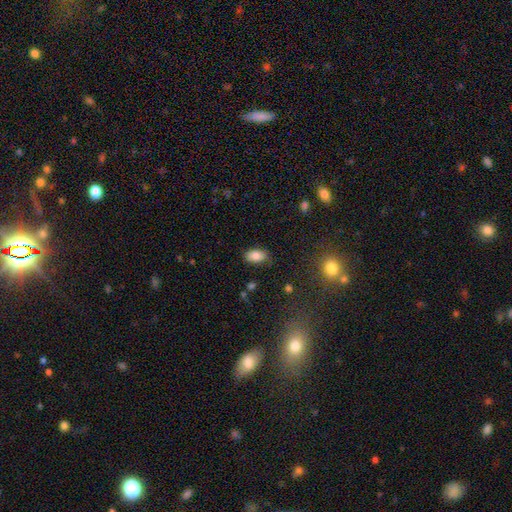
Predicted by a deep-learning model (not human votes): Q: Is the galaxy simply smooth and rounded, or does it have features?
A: smooth — 83%.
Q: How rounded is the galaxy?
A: in between — 91%.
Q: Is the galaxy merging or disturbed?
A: none — 81%.